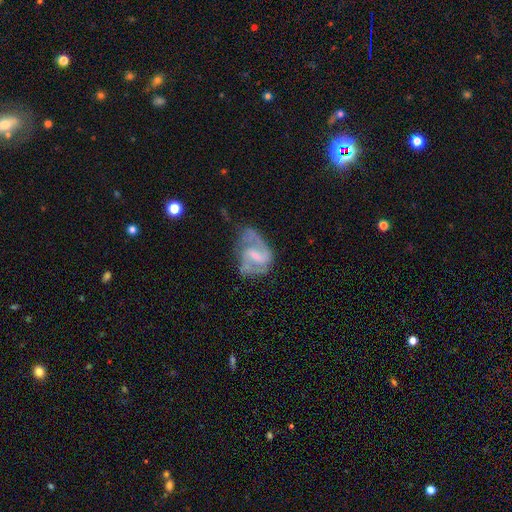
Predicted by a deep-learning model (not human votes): A featured or disk galaxy (81%) with a weak bar (55%), 2 (77%) medium (50%) spiral arms (91%) and a small central bulge (52%). Merging: none (46%).